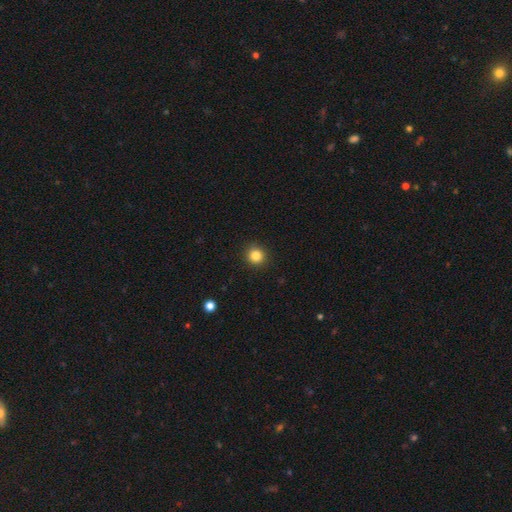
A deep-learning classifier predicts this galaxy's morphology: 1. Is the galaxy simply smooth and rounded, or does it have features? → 84% smooth, 11% star or artifact, 5% featured or disk.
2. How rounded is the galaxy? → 93% round, 6% in between, 1% cigar-shaped.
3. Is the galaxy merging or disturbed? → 91% none, 6% minor disturbance, 2% major disturbance, 1% merger.